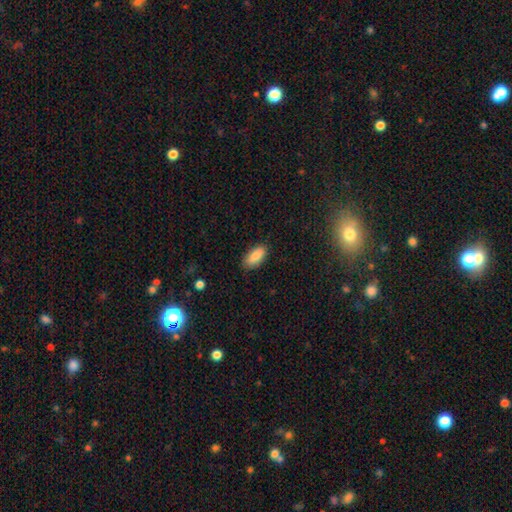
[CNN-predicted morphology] Overall: smooth (86%). How rounded: in between (89%). Merging: none (85%).